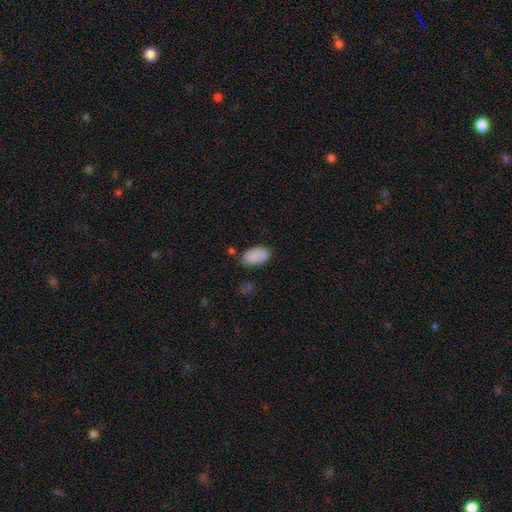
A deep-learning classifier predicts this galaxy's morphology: This appears to be a smooth galaxy with no disk features (89%) that is in between round and cigar-shaped (95%). Merging: none (78%).